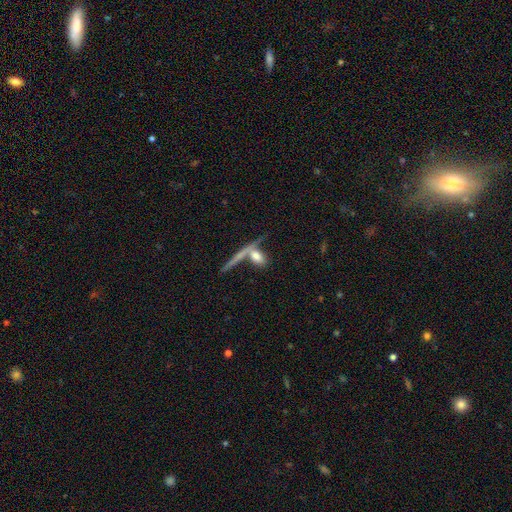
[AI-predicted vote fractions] This is likely a smooth galaxy (65%). How rounded: possibly in between (57%). Merging: marginally merger (39%).